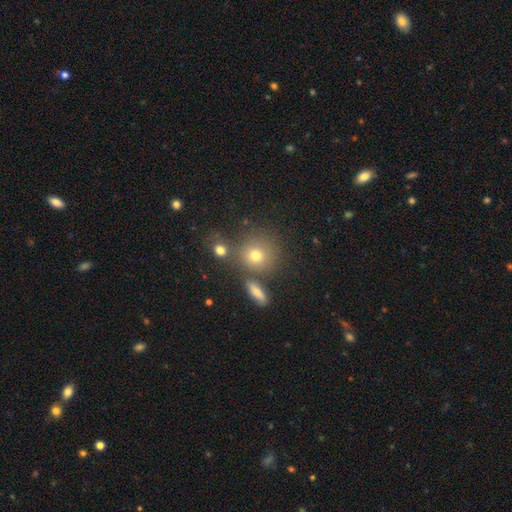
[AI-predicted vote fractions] Morphology: type=smooth (73%); roundness=round (85%); merging=none (68%).